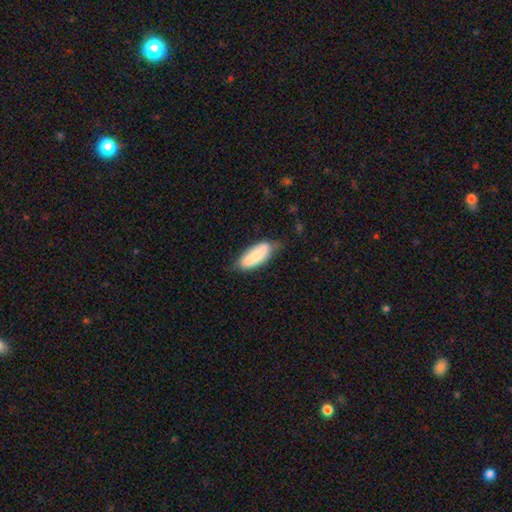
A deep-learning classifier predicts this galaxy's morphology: Smooth or featured? smooth (79%)
How rounded? in between (69%)
Merging? none (60%)